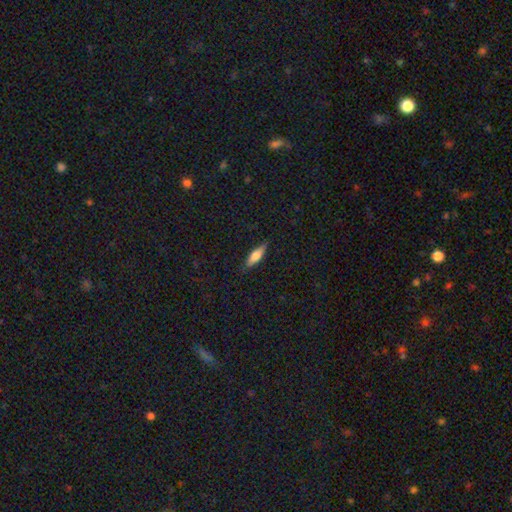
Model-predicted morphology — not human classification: smooth_or_featured: smooth (p=0.63) [alt: featured or disk p=0.30]
how_rounded: cigar-shaped (p=0.56) [alt: in between p=0.42]
merging: none (p=0.85) [alt: minor disturbance p=0.11]